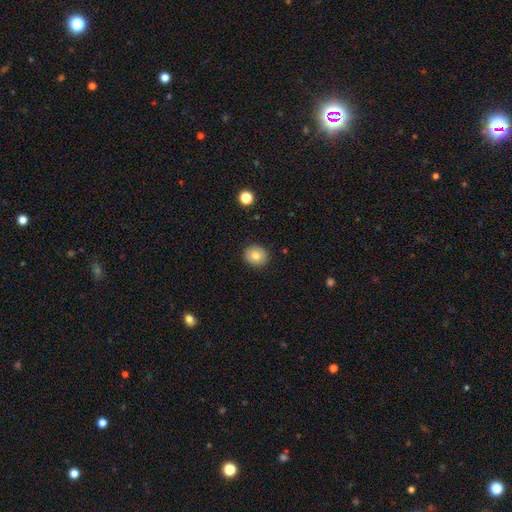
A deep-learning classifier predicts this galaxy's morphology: Smooth or featured? Predicted: smooth (p=0.77). How rounded? Predicted: round (p=0.78). Merging? Predicted: none (p=0.89).